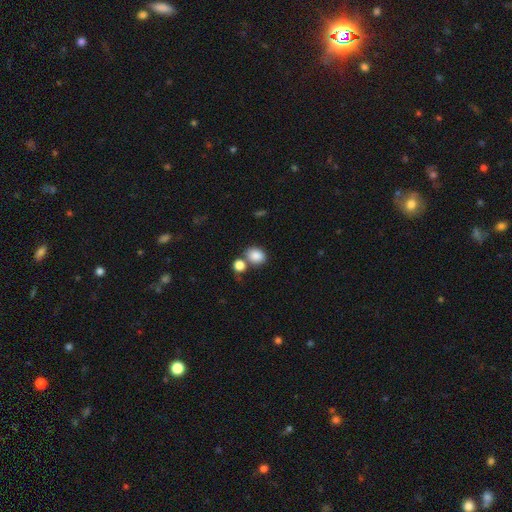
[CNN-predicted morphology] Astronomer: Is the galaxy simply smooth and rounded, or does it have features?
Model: smooth — 86%.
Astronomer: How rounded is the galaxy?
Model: round — 54% (runner-up: in between, 45%).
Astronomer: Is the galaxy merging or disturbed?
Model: none — 59%.